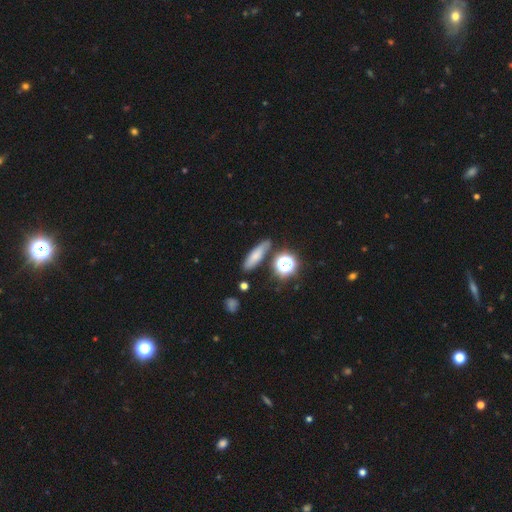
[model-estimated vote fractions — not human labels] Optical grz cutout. It shows a smooth galaxy with no disk features (67%) that is cigar-shaped (51%). Merging: none (78%).